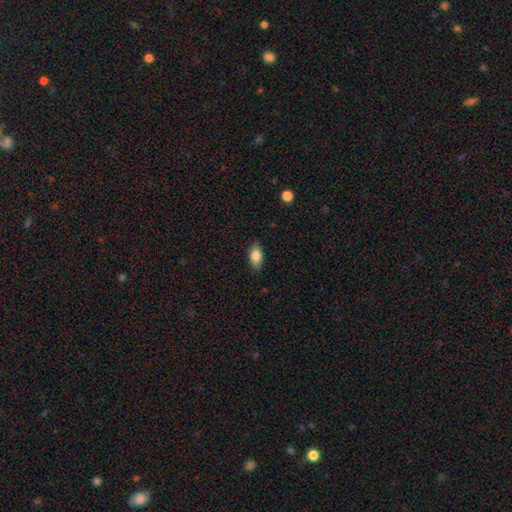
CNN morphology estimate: Smooth or featured? smooth (83%)
How rounded? in between (89%)
Merging? none (84%)